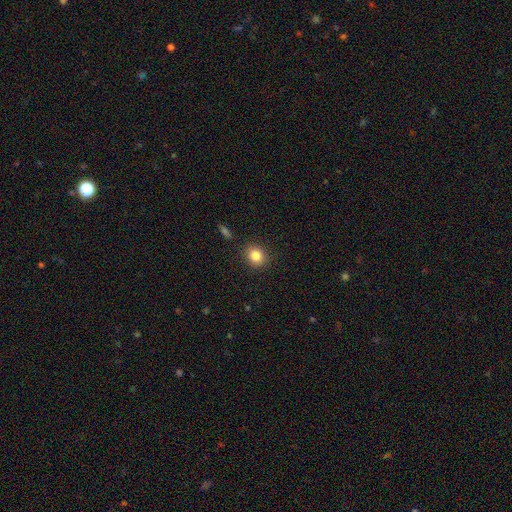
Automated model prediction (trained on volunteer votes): Smooth or featured: smooth — 83% (star or artifact — 10%)
How rounded: round — 73% (in between — 26%)
Merging: none — 89% (minor disturbance — 8%)